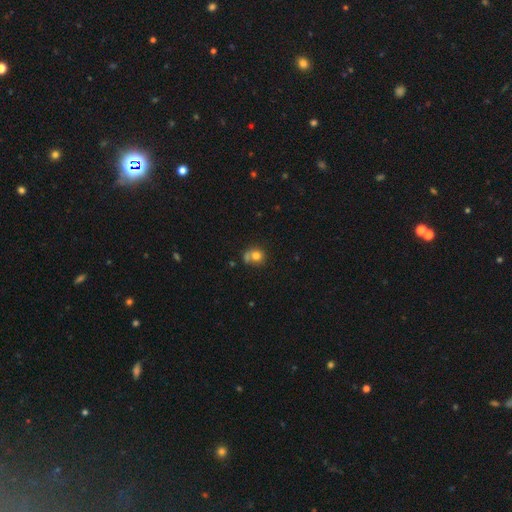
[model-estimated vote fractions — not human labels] The model was most divided on "merging": none: 48%, merger: 25%, minor disturbance: 18%, major disturbance: 9%. More confident: smooth or featured — smooth (76%); how rounded — round (75%).